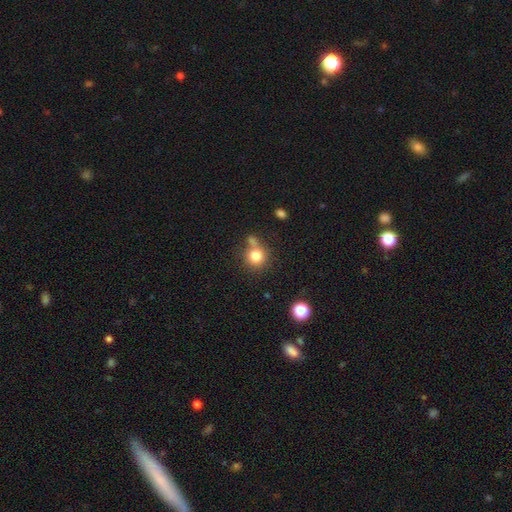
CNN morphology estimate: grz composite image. It shows a smooth galaxy with no disk features (80%) that is round (88%). Merging: none (57%).